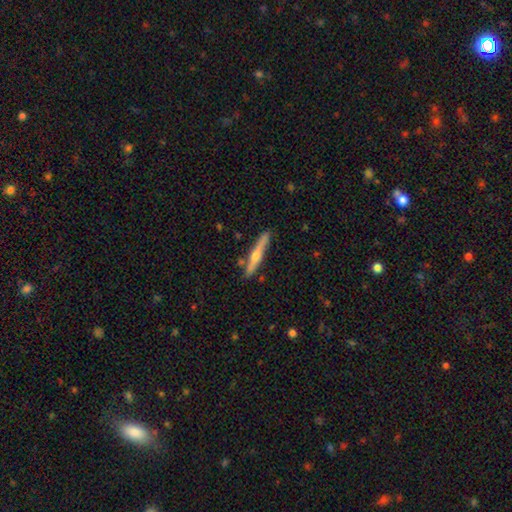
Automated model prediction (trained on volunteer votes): Smooth or featured?
  - featured or disk: 62% *
  - smooth: 32%
  - star or artifact: 6%
Edge-on disk?
  - yes: 96% *
  - no: 4%
Edge-on bulge?
  - rounded: 88% *
  - none: 9%
  - boxy: 3%
Merging?
  - none: 87% *
  - minor disturbance: 9%
  - merger: 2%
  - major disturbance: 2%